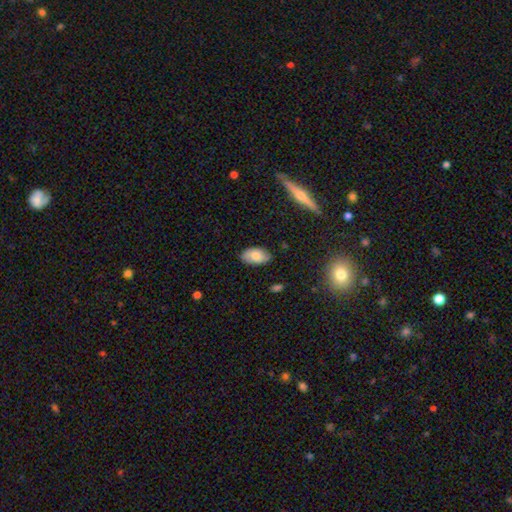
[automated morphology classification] Smooth or featured?
  - smooth: 78% *
  - featured or disk: 15%
  - star or artifact: 7%
How rounded?
  - in between: 94% *
  - round: 4%
  - cigar-shaped: 2%
Merging?
  - none: 82% *
  - minor disturbance: 15%
  - major disturbance: 2%
  - merger: 1%